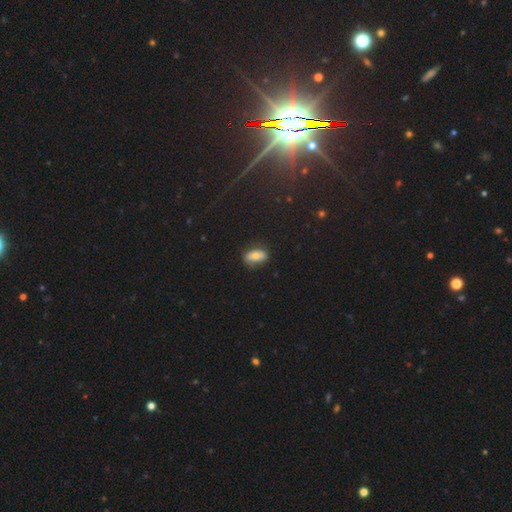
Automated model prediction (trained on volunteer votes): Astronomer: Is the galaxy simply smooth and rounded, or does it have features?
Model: smooth — 66%.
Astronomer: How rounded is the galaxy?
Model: in between — 85%.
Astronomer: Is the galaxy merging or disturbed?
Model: none — 73%.